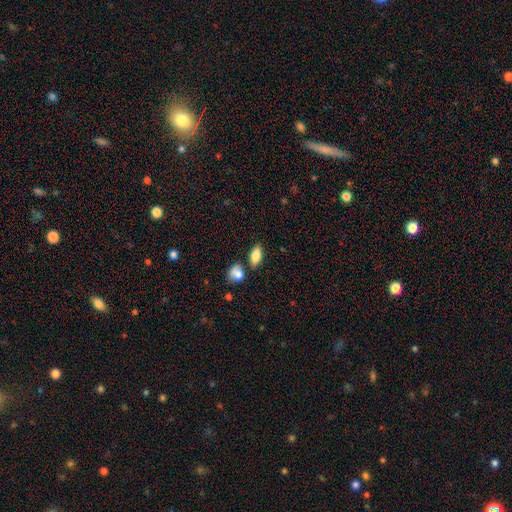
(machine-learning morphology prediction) smooth_or_featured: smooth (p=0.82) [alt: featured or disk p=0.11]
how_rounded: in between (p=0.85) [alt: cigar-shaped p=0.10]
merging: none (p=0.75) [alt: minor disturbance p=0.12]